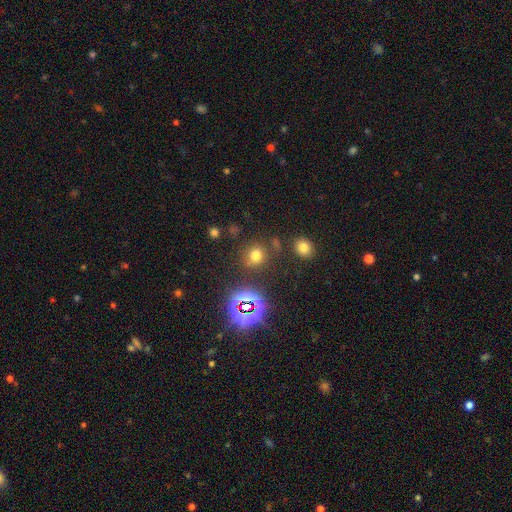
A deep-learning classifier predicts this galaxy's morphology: A smooth galaxy with no disk features (63%) that is round (74%). Merging: none (76%).